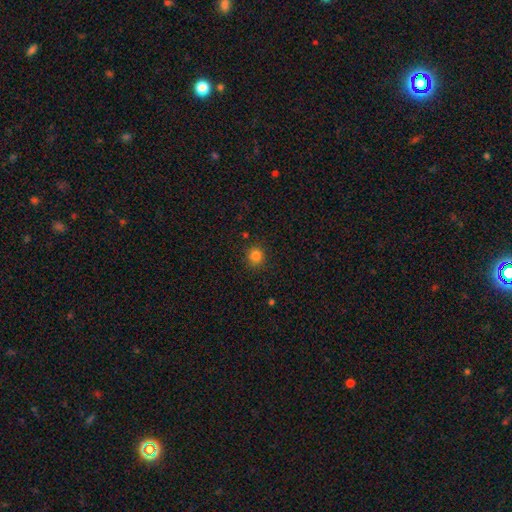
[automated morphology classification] smooth-or-featured: smooth: 83% | star or artifact: 13% | featured or disk: 4%
  how-rounded: round: 85% | in between: 14% | cigar-shaped: 1%
  merging: none: 86% | minor disturbance: 9% | major disturbance: 3% | merger: 2%